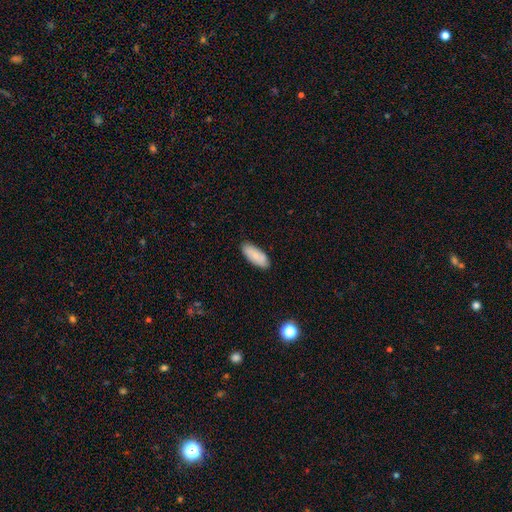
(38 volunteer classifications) smooth-or-featured: smooth: 58% | featured or disk: 37% | star or artifact: 5%
  how-rounded: in between: 91% | cigar-shaped: 9% | round: 0%
  merging: none: 78% | minor disturbance: 17% | merger: 6% | major disturbance: 0%